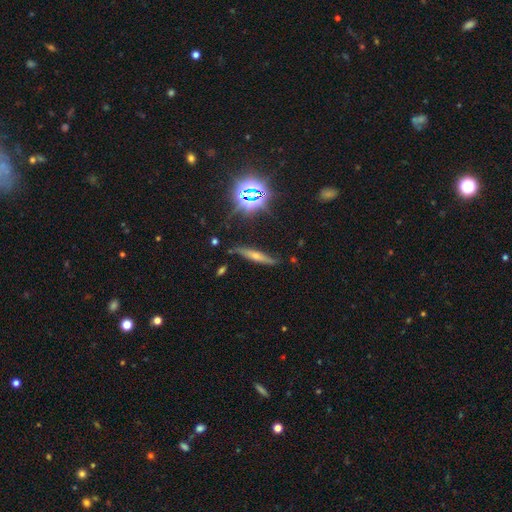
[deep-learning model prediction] Smooth or featured?
  - featured or disk: 48% *
  - smooth: 28%
  - star or artifact: 25%
Merging?
  - none: 81% *
  - minor disturbance: 13%
  - major disturbance: 3%
  - merger: 3%